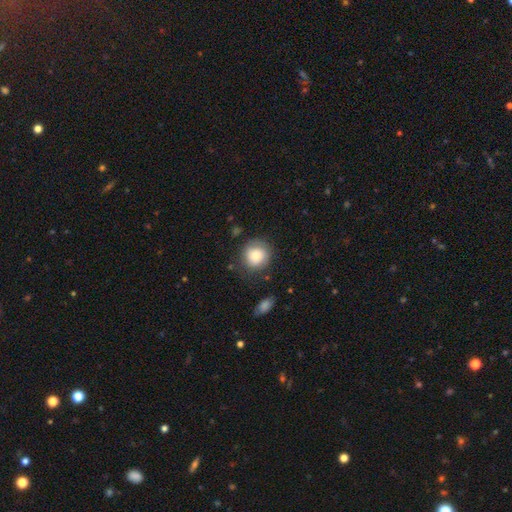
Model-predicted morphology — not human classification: Smooth or featured?
  - smooth: 77% *
  - featured or disk: 15%
  - star or artifact: 8%
How rounded?
  - round: 88% *
  - in between: 11%
  - cigar-shaped: 1%
Merging?
  - none: 75% *
  - minor disturbance: 17%
  - major disturbance: 6%
  - merger: 2%